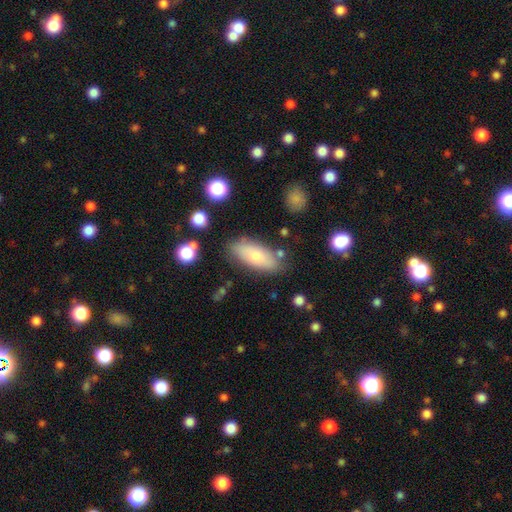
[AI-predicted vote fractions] smooth-or-featured: smooth: 67% | featured or disk: 25% | star or artifact: 7%
  how-rounded: in between: 80% | cigar-shaped: 17% | round: 3%
  merging: none: 75% | minor disturbance: 16% | merger: 5% | major disturbance: 4%